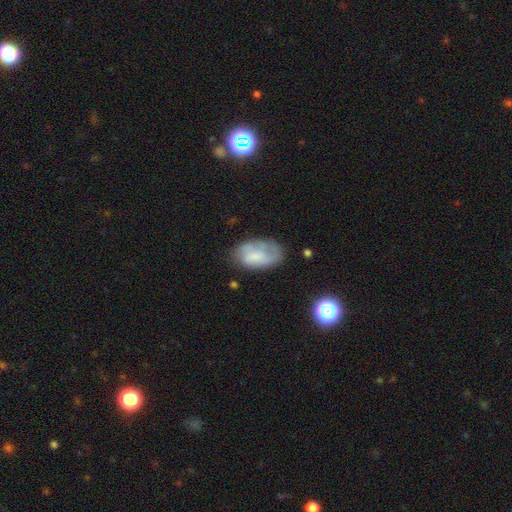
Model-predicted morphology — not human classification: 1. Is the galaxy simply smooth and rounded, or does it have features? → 62% smooth, 29% featured or disk, 8% star or artifact.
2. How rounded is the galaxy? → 92% in between, 6% round, 2% cigar-shaped.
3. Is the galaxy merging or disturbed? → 55% none, 29% minor disturbance, 14% major disturbance, 3% merger.